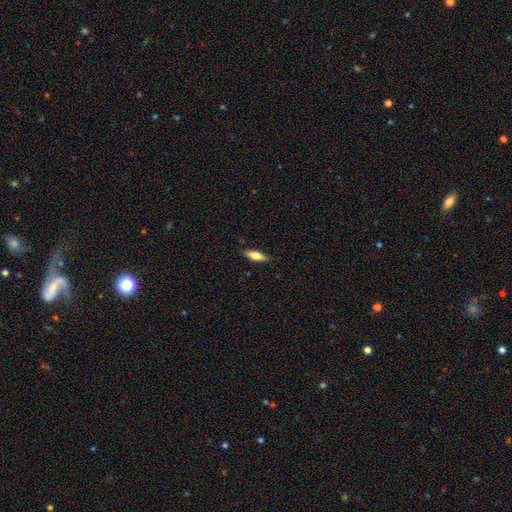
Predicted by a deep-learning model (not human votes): smooth 69%, featured or disk 25%, star or artifact 6%. Down the decision tree: how rounded — in between (54%); merging — none (83%).